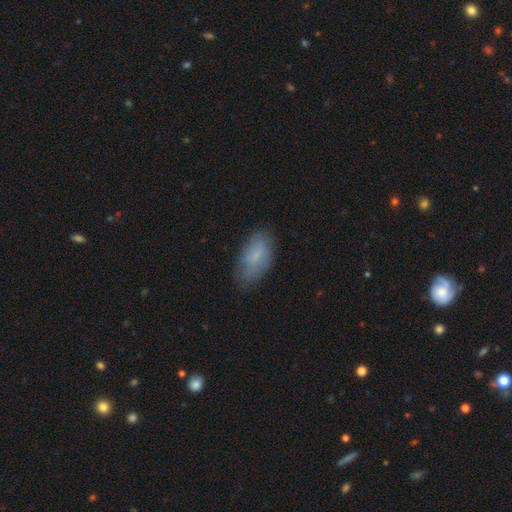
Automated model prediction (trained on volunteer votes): smooth-or-featured: smooth: 76% | featured or disk: 17% | star or artifact: 7%
  how-rounded: in between: 92% | cigar-shaped: 5% | round: 3%
  merging: none: 68% | minor disturbance: 24% | major disturbance: 7% | merger: 1%